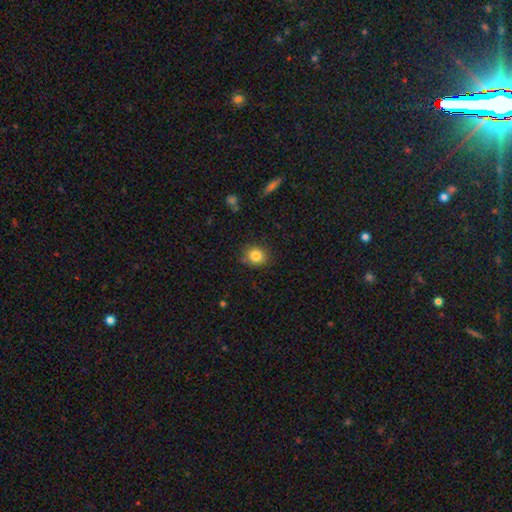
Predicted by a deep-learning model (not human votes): Smooth or featured? Predicted: smooth (p=0.83). How rounded? Predicted: round (p=0.78). Merging? Predicted: none (p=0.83).